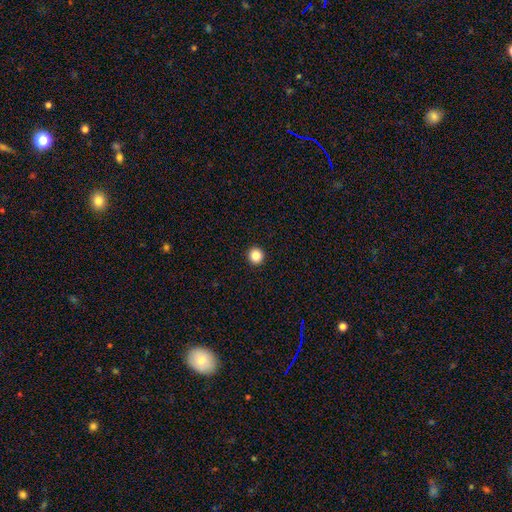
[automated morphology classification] Q: Smooth or featured?
A: smooth (85%); runner-up: star or artifact (11%)
Q: How rounded?
A: round (93%); runner-up: in between (6%)
Q: Merging?
A: none (94%); runner-up: minor disturbance (4%)